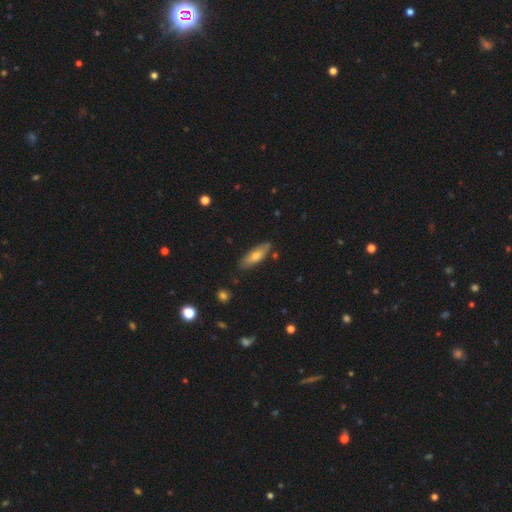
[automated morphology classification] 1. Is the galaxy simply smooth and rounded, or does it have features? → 63% smooth, 30% featured or disk, 7% star or artifact.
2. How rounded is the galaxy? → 51% in between, 46% cigar-shaped, 2% round.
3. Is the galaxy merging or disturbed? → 81% none, 14% minor disturbance, 2% merger, 2% major disturbance.